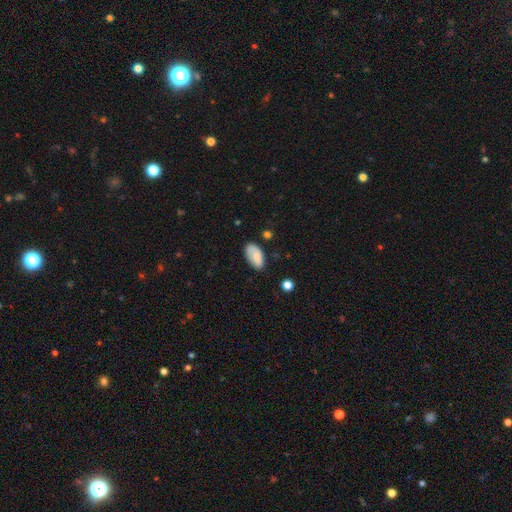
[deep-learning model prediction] A smooth galaxy with no disk features (81%) that is in between round and cigar-shaped (94%). Merging: none (66%).